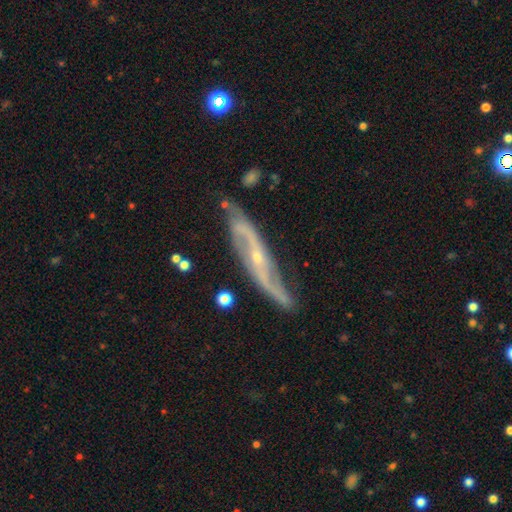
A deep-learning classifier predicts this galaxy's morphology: featured or disk 86%, smooth 8%, star or artifact 6%. Down the decision tree: edge-on disk — no (71%); bar — no (53%); spiral arms — yes (95%); spiral arm count — 2 (86%); spiral winding — loose (54%); bulge size — small (78%); merging — none (66%).